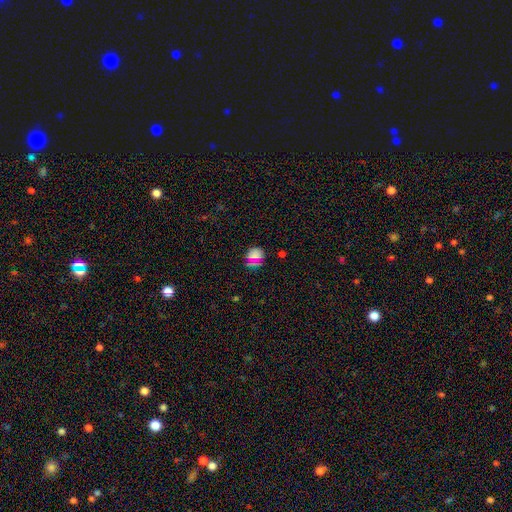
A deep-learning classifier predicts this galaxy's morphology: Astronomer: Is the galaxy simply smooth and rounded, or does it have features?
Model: smooth — 68%.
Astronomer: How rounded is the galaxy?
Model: round — 77%.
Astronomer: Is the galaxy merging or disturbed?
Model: none — 78%.